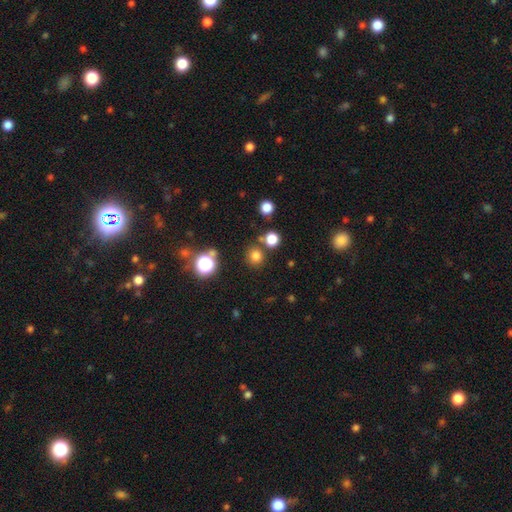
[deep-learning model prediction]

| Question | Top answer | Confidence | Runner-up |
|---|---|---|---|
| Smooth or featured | smooth | 76% | star or artifact (19%) |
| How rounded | round | 92% | in between (7%) |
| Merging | none | 80% | merger (10%) |